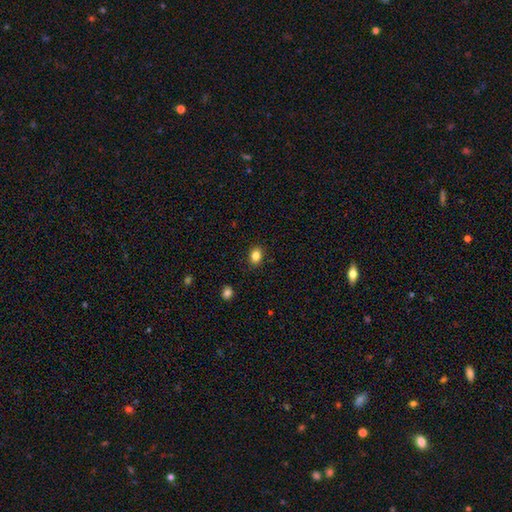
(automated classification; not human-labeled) Q: Smooth or featured?
A: smooth (85%); runner-up: star or artifact (11%)
Q: How rounded?
A: in between (60%); runner-up: round (39%)
Q: Merging?
A: none (88%); runner-up: minor disturbance (9%)